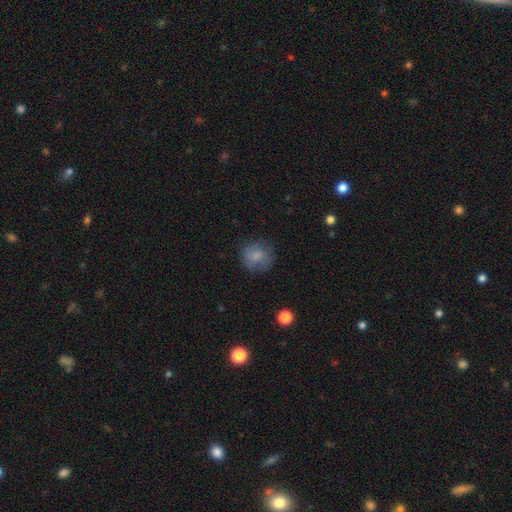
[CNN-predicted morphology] Smooth or featured? Predicted: smooth (p=0.77). How rounded? Predicted: round (p=0.83). Merging? Predicted: none (p=0.74).